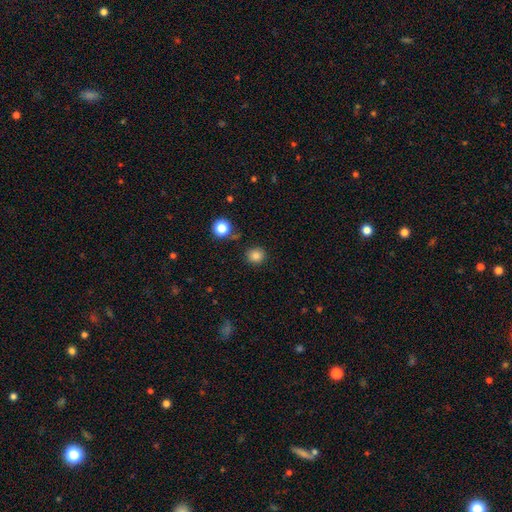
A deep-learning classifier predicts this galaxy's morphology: Smooth or featured? Predicted: smooth (p=0.83). How rounded? Predicted: round (p=0.90). Merging? Predicted: none (p=0.85).